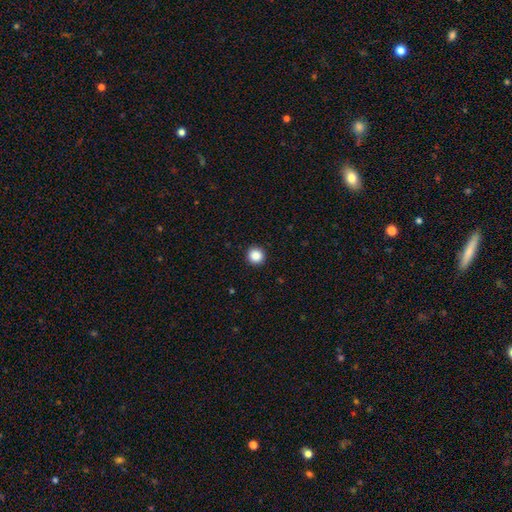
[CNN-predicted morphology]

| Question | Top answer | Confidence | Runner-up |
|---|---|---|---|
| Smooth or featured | smooth | 88% | star or artifact (10%) |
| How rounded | round | 95% | in between (4%) |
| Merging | none | 93% | minor disturbance (5%) |